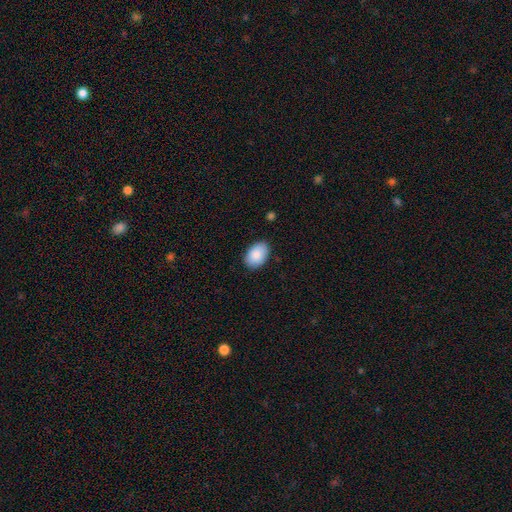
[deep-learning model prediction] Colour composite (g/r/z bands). It shows a smooth galaxy with no disk features (88%) that is in between round and cigar-shaped (90%). Merging: none (85%).